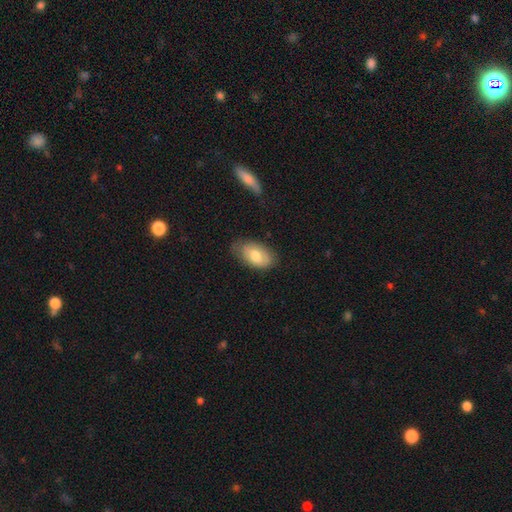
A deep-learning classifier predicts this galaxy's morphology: smooth-or-featured: smooth: 69% | featured or disk: 25% | star or artifact: 6%
  how-rounded: in between: 93% | round: 5% | cigar-shaped: 2%
  merging: none: 65% | minor disturbance: 27% | major disturbance: 6% | merger: 2%